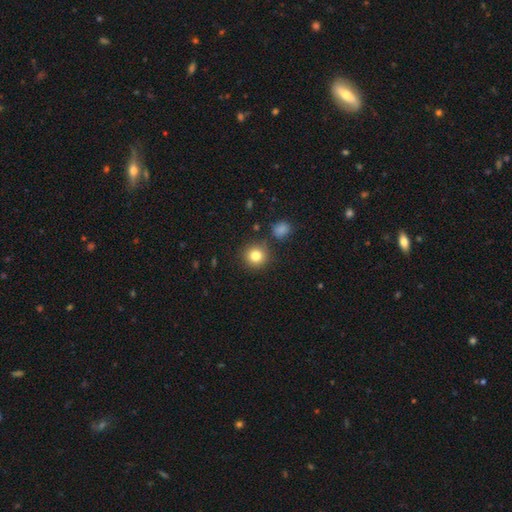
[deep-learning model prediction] Q: Smooth or featured?
A: smooth (82%); runner-up: star or artifact (11%)
Q: How rounded?
A: round (93%); runner-up: in between (6%)
Q: Merging?
A: none (86%); runner-up: minor disturbance (8%)